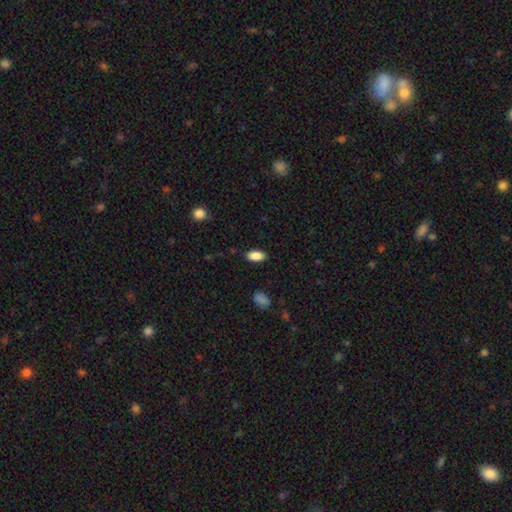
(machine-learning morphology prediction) Q: Smooth or featured?
A: smooth (89%); runner-up: star or artifact (7%)
Q: How rounded?
A: in between (92%); runner-up: cigar-shaped (5%)
Q: Merging?
A: none (86%); runner-up: minor disturbance (11%)